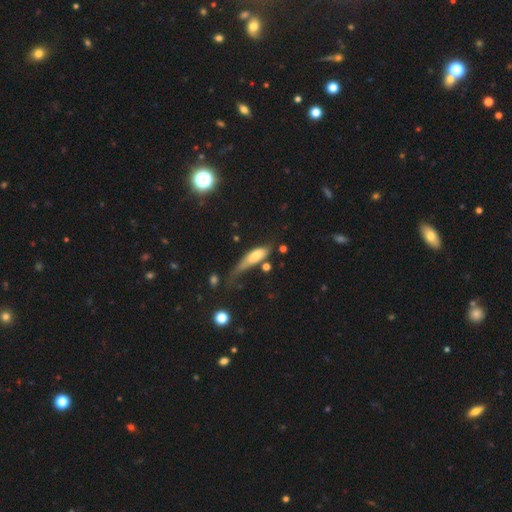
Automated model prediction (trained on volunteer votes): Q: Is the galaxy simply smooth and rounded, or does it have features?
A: smooth — 66%.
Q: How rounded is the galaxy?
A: in between — 50%.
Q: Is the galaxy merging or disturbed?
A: major disturbance — 35%.